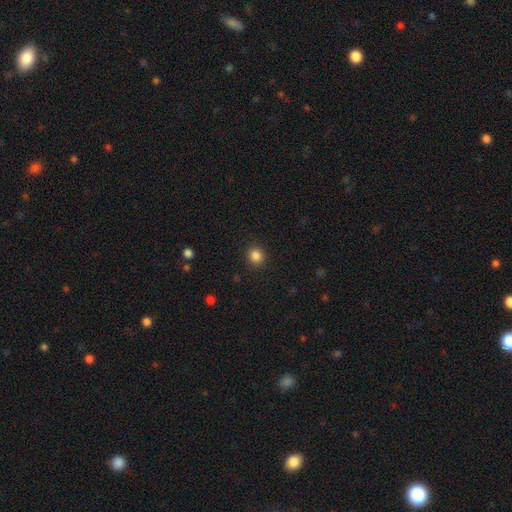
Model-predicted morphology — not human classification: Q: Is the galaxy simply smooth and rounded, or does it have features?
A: smooth — 85%.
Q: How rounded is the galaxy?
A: round — 86%.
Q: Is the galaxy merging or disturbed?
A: none — 91%.